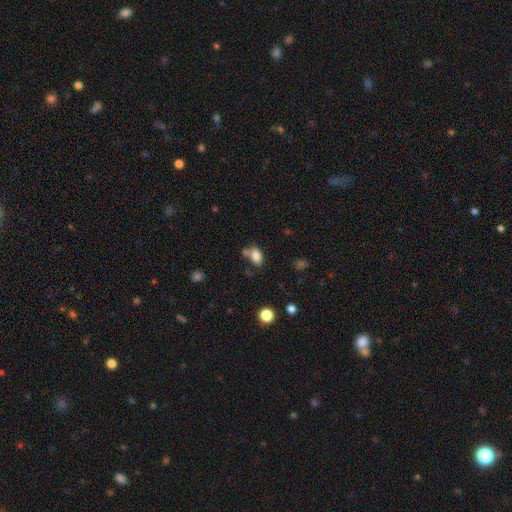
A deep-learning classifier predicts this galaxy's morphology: Overall: smooth (82%). How rounded: in between (88%). Merging: none (52%; merger 25%).